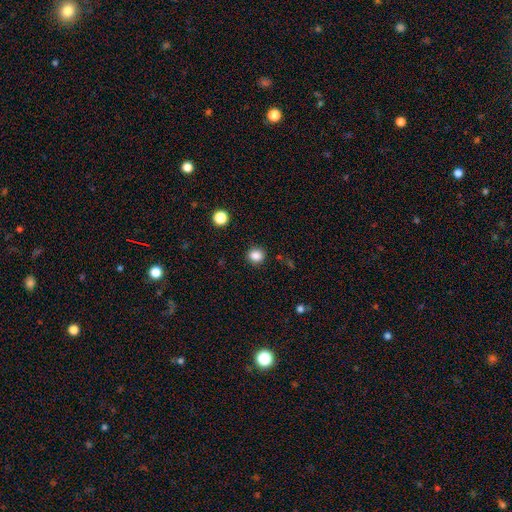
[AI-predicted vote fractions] The model was most divided on "how rounded": round: 81%, in between: 18%, cigar-shaped: 1%. More confident: merging — none (88%); smooth or featured — smooth (85%).